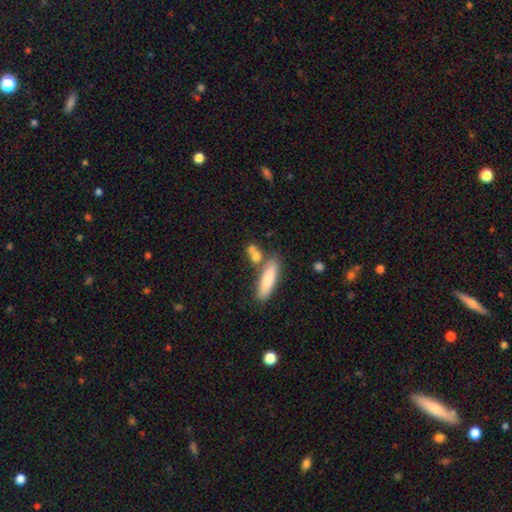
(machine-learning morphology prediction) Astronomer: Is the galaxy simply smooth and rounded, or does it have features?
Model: smooth — 76%.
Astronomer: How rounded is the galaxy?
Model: in between — 41% (runner-up: cigar-shaped, 33%).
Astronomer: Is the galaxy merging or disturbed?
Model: none — 54%.